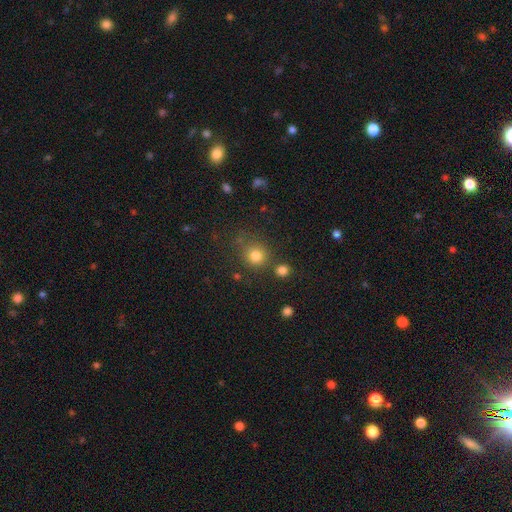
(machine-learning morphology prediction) smooth 80%, star or artifact 14%, featured or disk 6%. Down the decision tree: how rounded — round (89%); merging — none (72%).